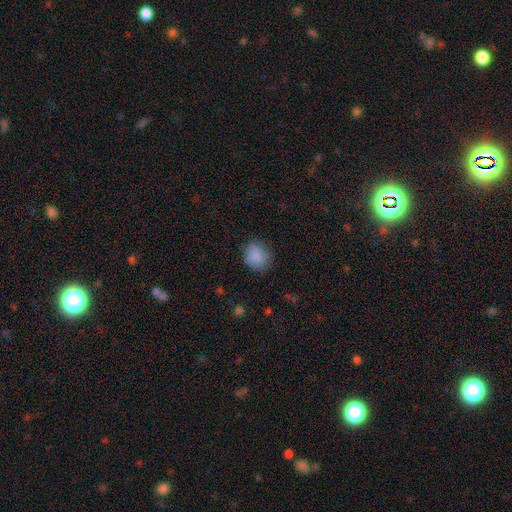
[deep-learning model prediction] Smooth or featured: smooth — 85% (star or artifact — 9%)
How rounded: round — 72% (in between — 27%)
Merging: none — 73% (minor disturbance — 20%)